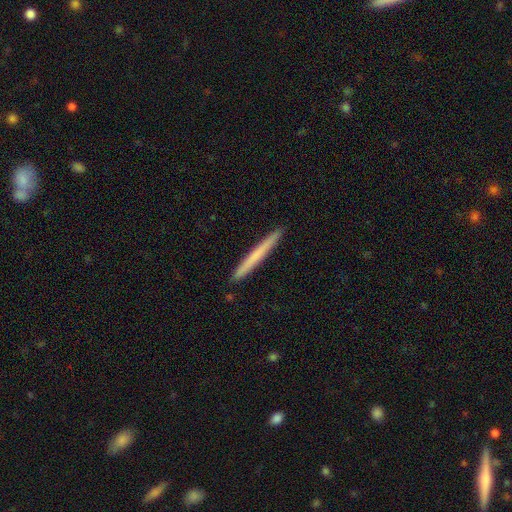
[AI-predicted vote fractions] This appears to be a smooth galaxy with no disk features (63%) that is cigar-shaped (98%). Merging: none (93%).